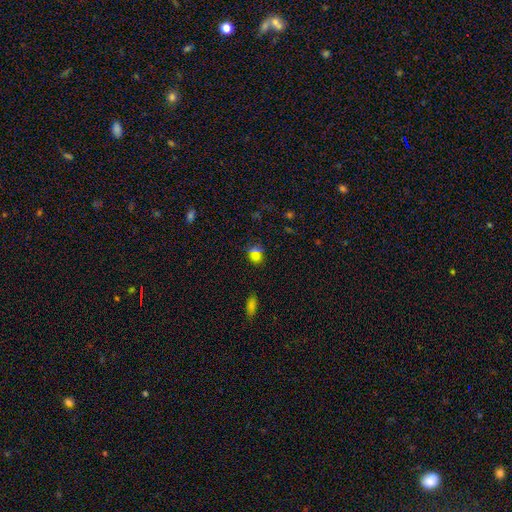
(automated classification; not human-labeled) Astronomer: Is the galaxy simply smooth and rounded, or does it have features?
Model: smooth — 62%.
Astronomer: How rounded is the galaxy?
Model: round — 69%.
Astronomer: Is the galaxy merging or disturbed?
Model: none — 74%.